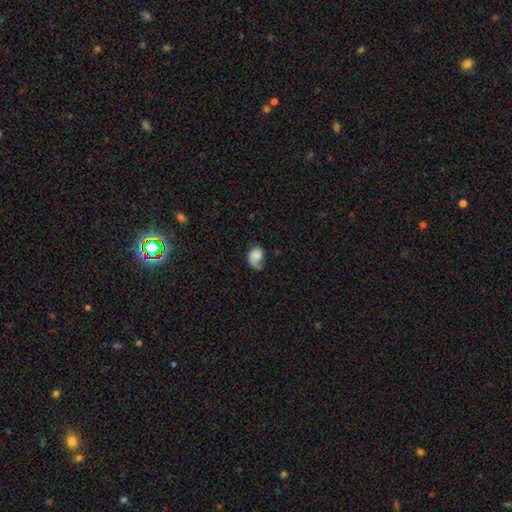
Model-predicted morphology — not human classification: A smooth galaxy with no disk features (62%) that is in between round and cigar-shaped (67%). Merging: major disturbance (35%).